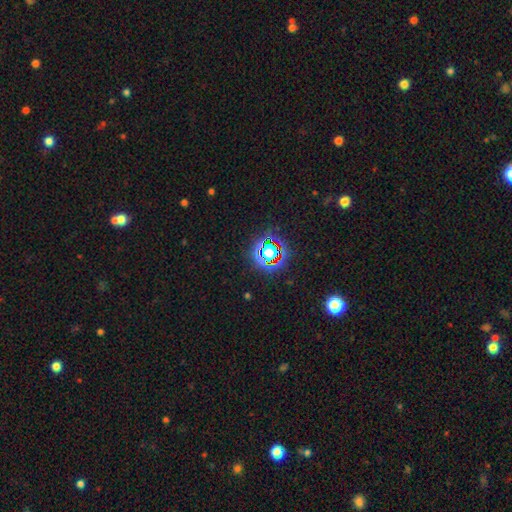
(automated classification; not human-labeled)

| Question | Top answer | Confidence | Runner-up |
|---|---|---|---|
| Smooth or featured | star or artifact | 77% | smooth (15%) |